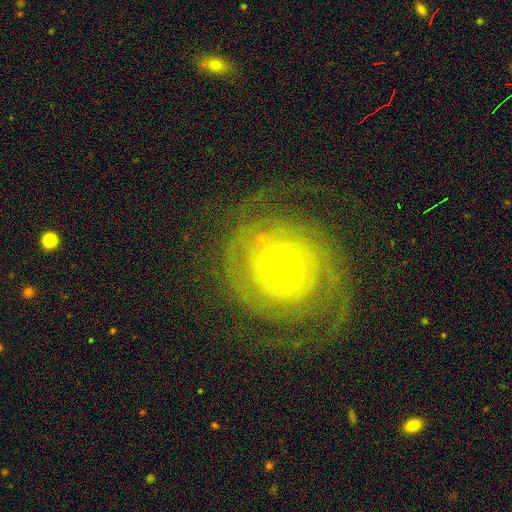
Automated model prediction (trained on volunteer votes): smooth_or_featured: featured or disk (p=0.83) [alt: smooth p=0.08]
disk_edge_on: no (p=0.97) [alt: yes p=0.03]
bar: no (p=0.79) [alt: weak p=0.15]
has_spiral_arms: yes (p=0.95) [alt: no p=0.05]
spiral_winding: tight (p=0.73) [alt: medium p=0.21]
spiral_arm_count: 2 (p=0.51) [alt: can't tell p=0.21]
bulge_size: small (p=0.71) [alt: moderate p=0.24]
merging: none (p=0.77) [alt: minor disturbance p=0.13]